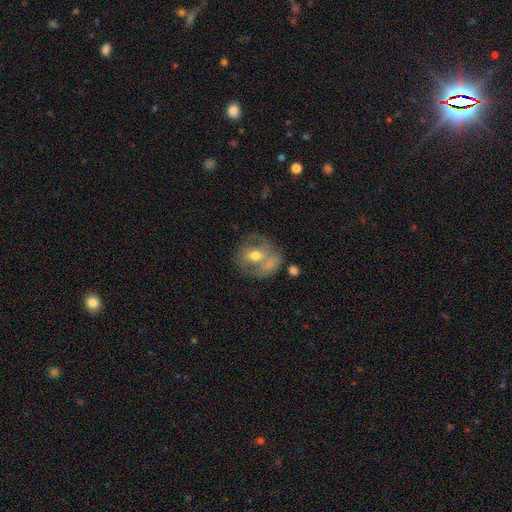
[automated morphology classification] This is possibly a featured or disk galaxy (47%). Merging: possibly none (48%).